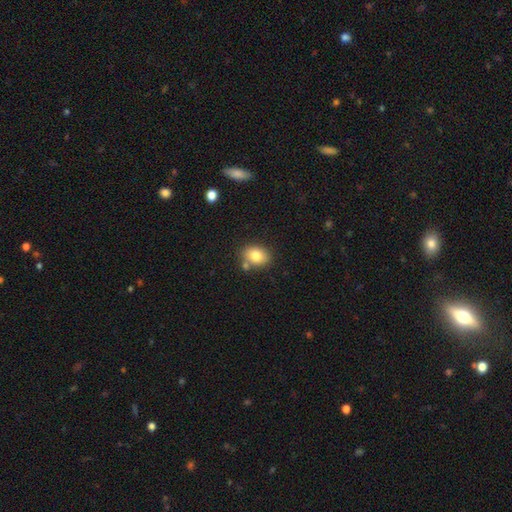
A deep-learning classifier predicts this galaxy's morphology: smooth-or-featured: smooth: 81% | featured or disk: 9% | star or artifact: 9%
  how-rounded: in between: 66% | round: 33% | cigar-shaped: 1%
  merging: none: 71% | minor disturbance: 13% | merger: 12% | major disturbance: 3%